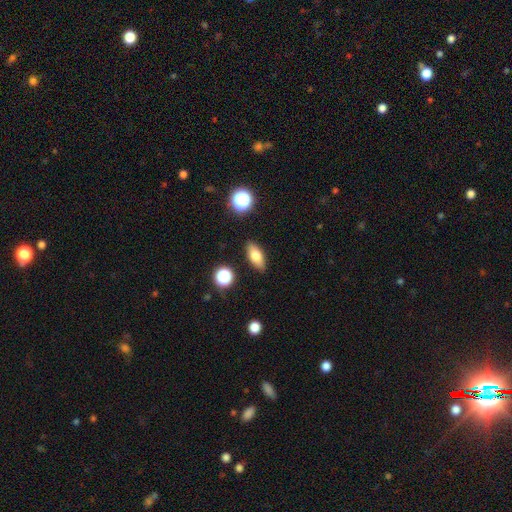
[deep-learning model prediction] Smooth or featured? Predicted: smooth (p=0.74). How rounded? Predicted: in between (p=0.78). Merging? Predicted: none (p=0.87).